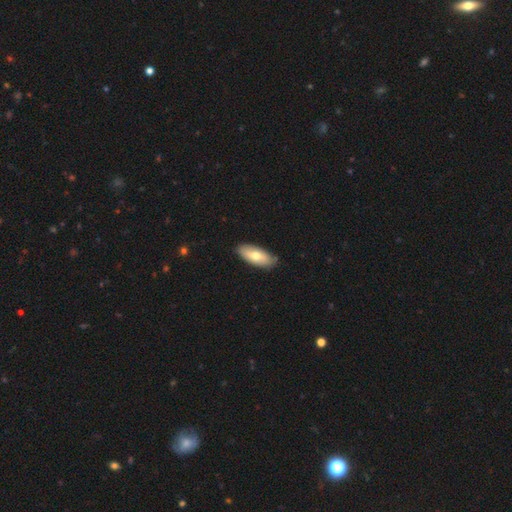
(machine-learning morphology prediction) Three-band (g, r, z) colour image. It shows a smooth galaxy with no disk features (69%) that is in between round and cigar-shaped (84%). Merging: none (86%).